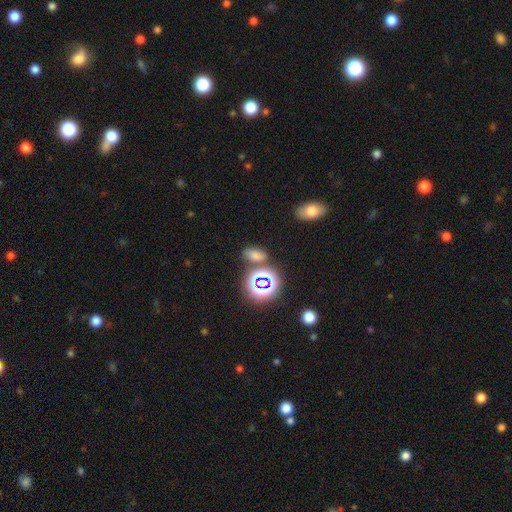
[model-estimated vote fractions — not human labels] A smooth galaxy with no disk features (62%) that is in between round and cigar-shaped (81%).

Vote fractions:
- Smooth or featured? smooth: 62% / star or artifact: 29% / featured or disk: 9%
- How rounded? in between: 81% / round: 15% / cigar-shaped: 4%
- Merging? none: 70% / minor disturbance: 13% / merger: 12% / major disturbance: 5%